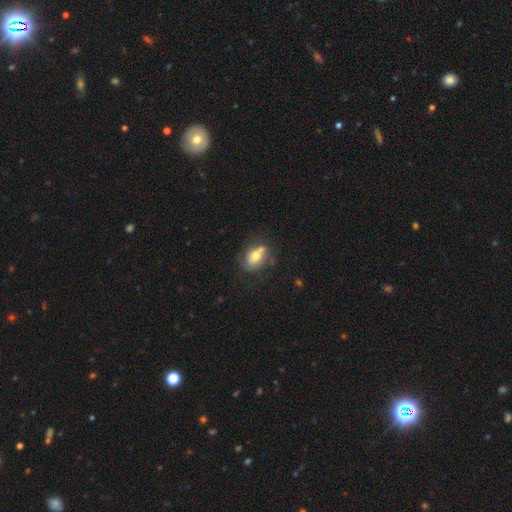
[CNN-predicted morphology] Smooth or featured?
  - smooth: 57% *
  - featured or disk: 34%
  - star or artifact: 10%
How rounded?
  - in between: 74% *
  - round: 23%
  - cigar-shaped: 3%
Merging?
  - none: 46% *
  - minor disturbance: 22%
  - merger: 22%
  - major disturbance: 10%